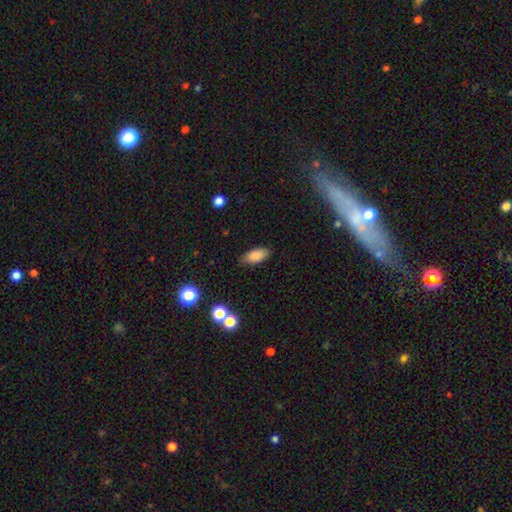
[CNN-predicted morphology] Smooth or featured? Predicted: smooth (p=0.86). How rounded? Predicted: in between (p=0.87). Merging? Predicted: none (p=0.83).